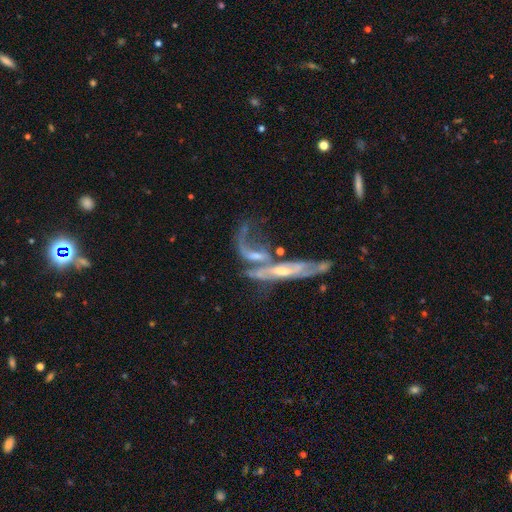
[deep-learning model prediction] The model was most divided on "bulge size": small: 43%, moderate: 38%, none: 13%, large: 4%, dominant: 2%. Remaining: spiral arms — yes (76%); smooth or featured — featured or disk (75%); edge-on disk — no (72%); merging — merger (53%); bar — no (46%).